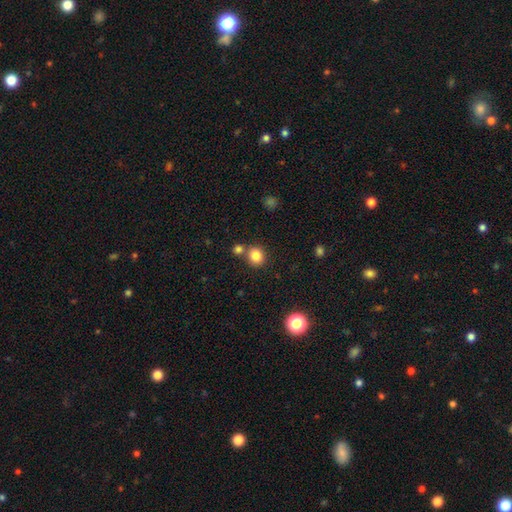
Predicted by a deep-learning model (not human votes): smooth 83%, star or artifact 11%, featured or disk 5%. Down the decision tree: how rounded — round (81%); merging — none (70%).